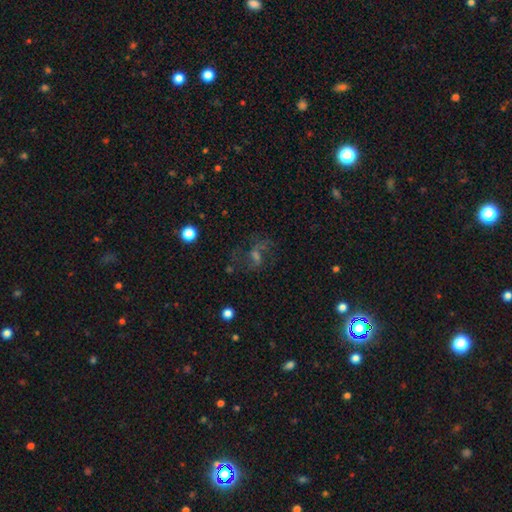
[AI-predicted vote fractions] Smooth or featured? Predicted: featured or disk (p=0.52). Edge-on disk? Predicted: no (p=0.95). Merging? Predicted: none (p=0.56).